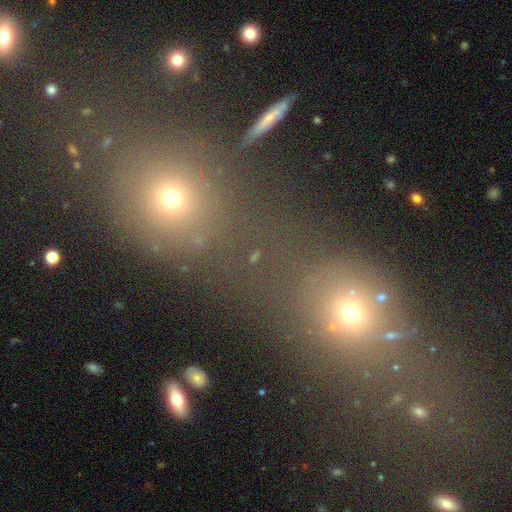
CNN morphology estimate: A smooth galaxy with no disk features (56%) that is round (68%).

Vote fractions:
- Smooth or featured? smooth: 56% / star or artifact: 31% / featured or disk: 13%
- How rounded? round: 68% / in between: 29% / cigar-shaped: 3%
- Merging? none: 43% / merger: 42% / minor disturbance: 8% / major disturbance: 7%